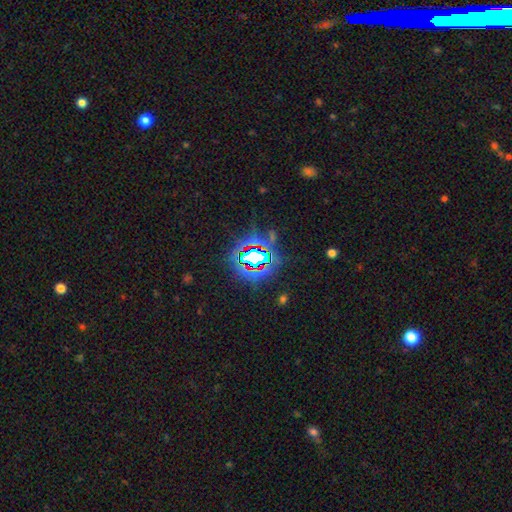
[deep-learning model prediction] Smooth or featured?
  - star or artifact: 73% *
  - smooth: 16%
  - featured or disk: 11%